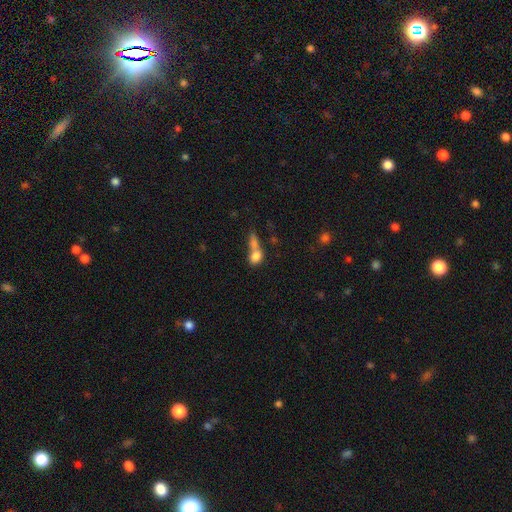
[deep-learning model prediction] smooth 62%, featured or disk 19%, star or artifact 18%. Down the decision tree: how rounded — in between (45%); merging — merger (52%).